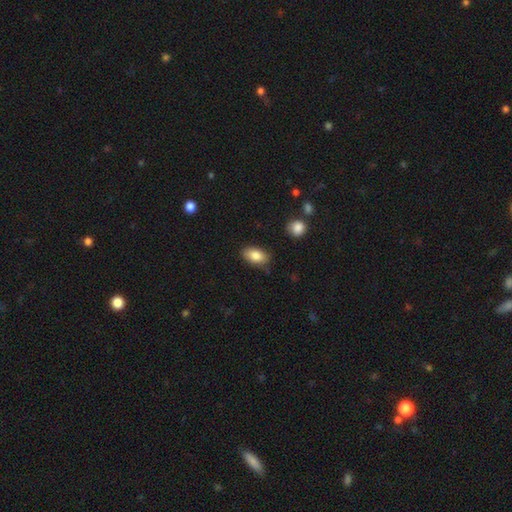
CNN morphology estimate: Smooth or featured: smooth — 84% (featured or disk — 9%)
How rounded: in between — 91% (round — 7%)
Merging: none — 81% (minor disturbance — 14%)